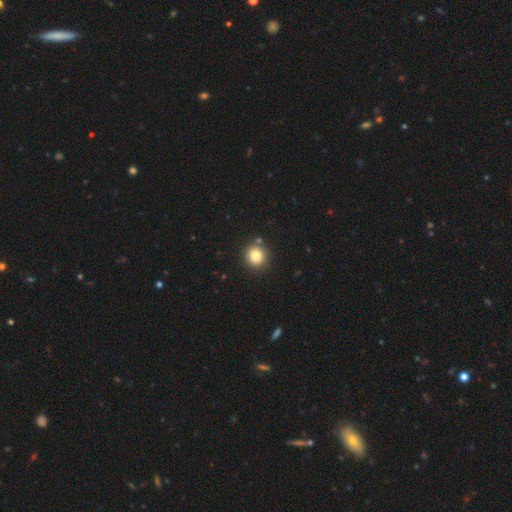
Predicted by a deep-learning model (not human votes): Q: Smooth or featured?
A: smooth (81%); runner-up: star or artifact (12%)
Q: How rounded?
A: round (91%); runner-up: in between (8%)
Q: Merging?
A: none (85%); runner-up: minor disturbance (7%)